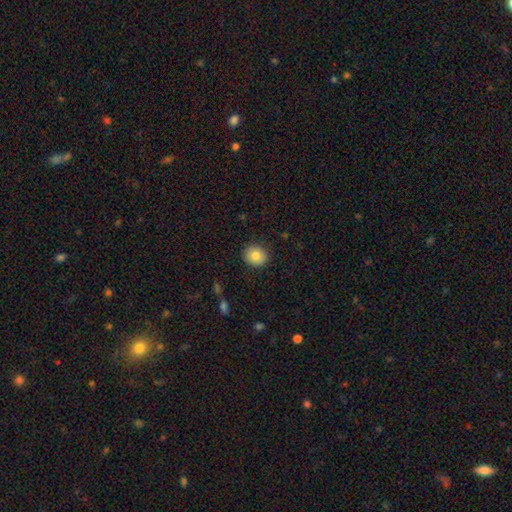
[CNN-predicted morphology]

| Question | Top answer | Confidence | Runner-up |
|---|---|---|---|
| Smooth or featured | smooth | 81% | featured or disk (10%) |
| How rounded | round | 79% | in between (20%) |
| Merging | none | 89% | minor disturbance (8%) |